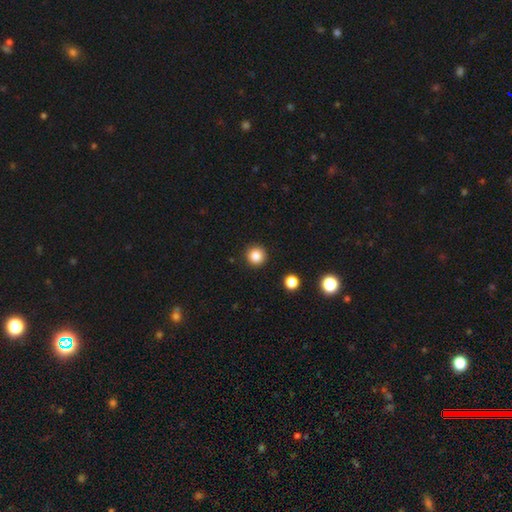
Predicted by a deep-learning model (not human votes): This is clearly a smooth galaxy (85%). How rounded: clearly round (95%). Merging: clearly none (92%).